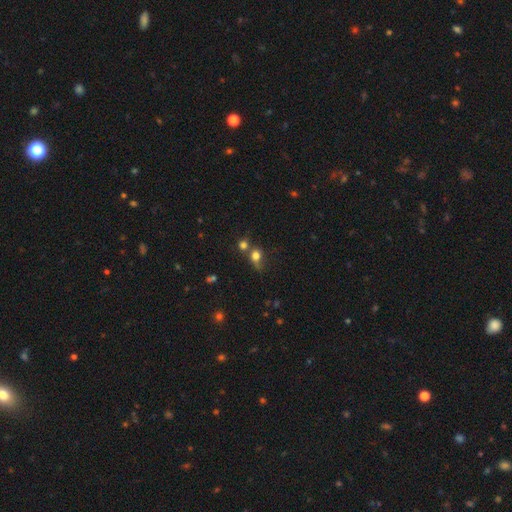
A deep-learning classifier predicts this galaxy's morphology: This is likely a smooth galaxy (73%). How rounded: likely round (69%). Merging: marginally merger (36%).